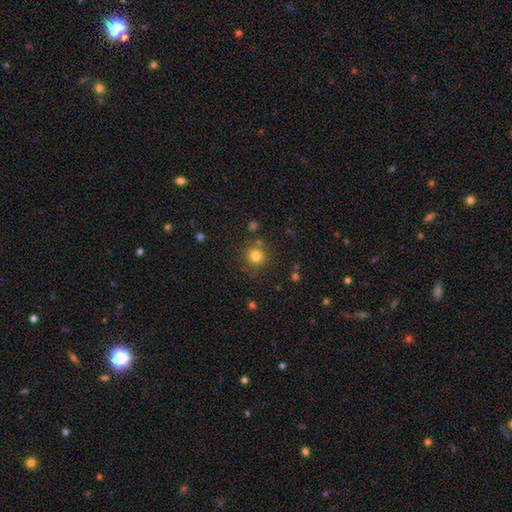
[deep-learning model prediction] Q: Smooth or featured?
A: smooth (80%); runner-up: star or artifact (14%)
Q: How rounded?
A: round (93%); runner-up: in between (6%)
Q: Merging?
A: none (81%); runner-up: minor disturbance (9%)